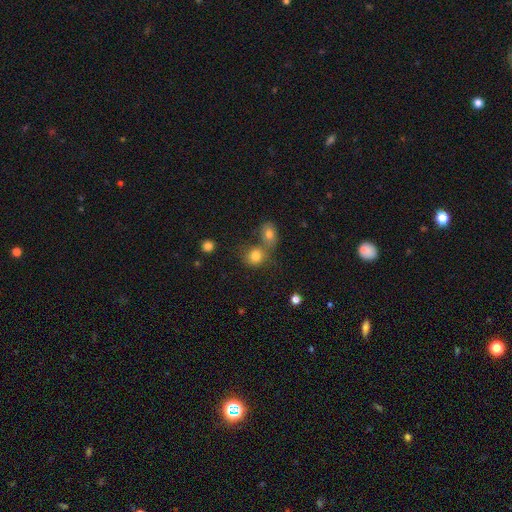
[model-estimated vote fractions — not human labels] Smooth or featured: smooth — 80% (star or artifact — 11%)
How rounded: round — 72% (in between — 27%)
Merging: none — 45% (merger — 41%)